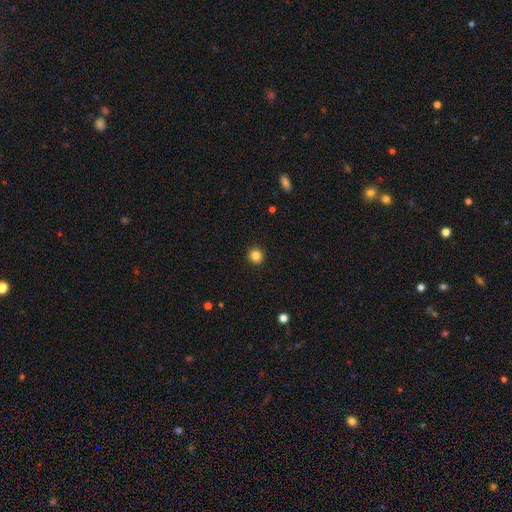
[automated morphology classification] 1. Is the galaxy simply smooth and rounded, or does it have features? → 85% smooth, 11% star or artifact, 4% featured or disk.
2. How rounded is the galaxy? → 93% round, 6% in between, 1% cigar-shaped.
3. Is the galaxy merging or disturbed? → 92% none, 5% minor disturbance, 2% major disturbance, 1% merger.